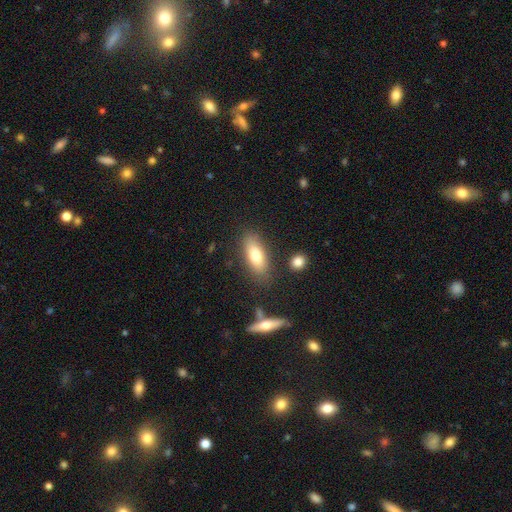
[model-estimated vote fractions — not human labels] Smooth or featured: smooth — 75% (featured or disk — 18%)
How rounded: in between — 72% (cigar-shaped — 25%)
Merging: none — 79% (minor disturbance — 13%)